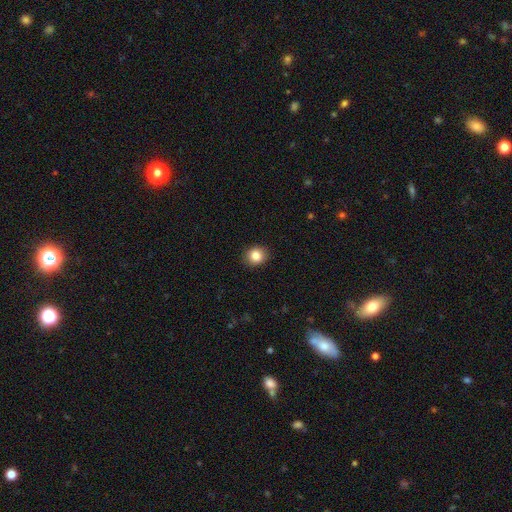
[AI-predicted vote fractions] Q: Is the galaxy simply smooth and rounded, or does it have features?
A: smooth — 85%.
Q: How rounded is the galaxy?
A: round — 79%.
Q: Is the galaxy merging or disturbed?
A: none — 91%.